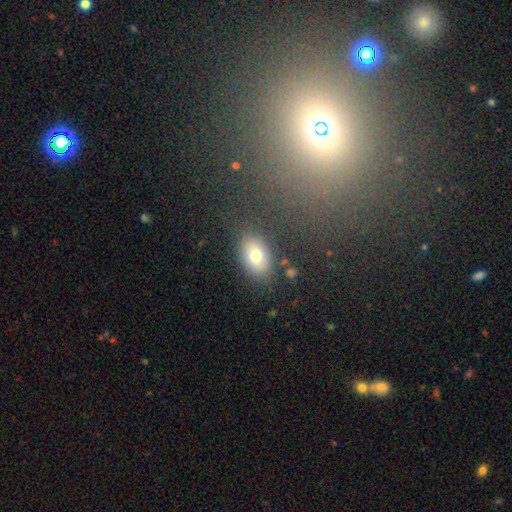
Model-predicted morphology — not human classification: Smooth or featured? smooth (74%)
How rounded? in between (82%)
Merging? none (80%)